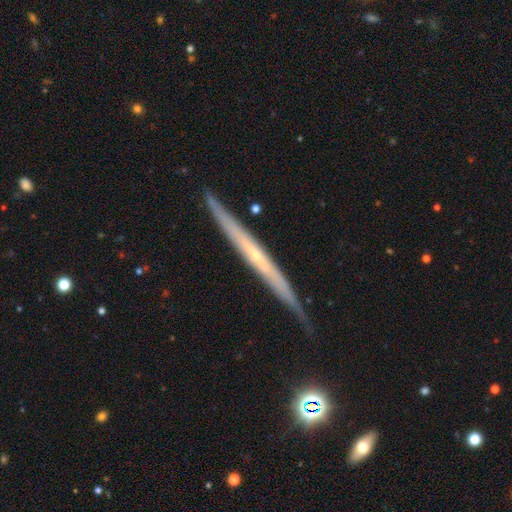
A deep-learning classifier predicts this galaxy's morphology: Smooth or featured: featured or disk — 74% (smooth — 20%)
Edge-on disk: yes — 95% (no — 5%)
Edge-on bulge: none — 64% (rounded — 33%)
Merging: none — 83% (minor disturbance — 14%)